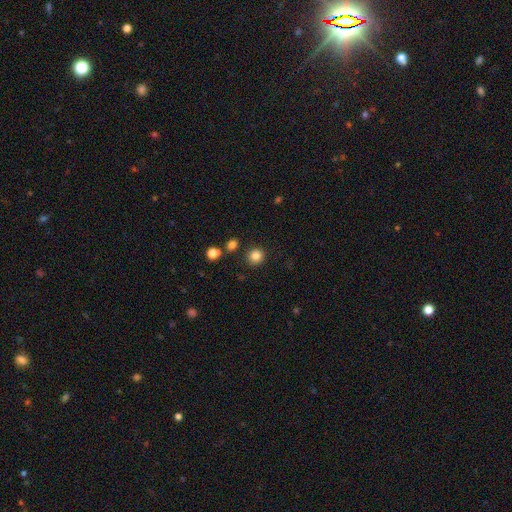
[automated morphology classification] The model was most divided on "smooth or featured": smooth: 83%, star or artifact: 12%, featured or disk: 5%. More confident: how rounded — round (93%); merging — none (88%).